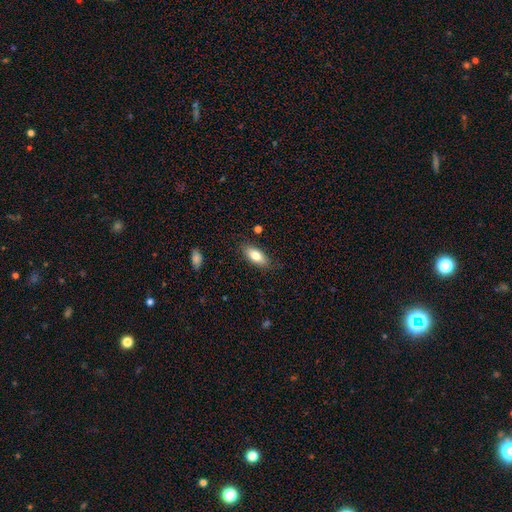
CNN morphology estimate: Smooth or featured? Predicted: smooth (p=0.79). How rounded? Predicted: in between (p=0.84). Merging? Predicted: none (p=0.82).